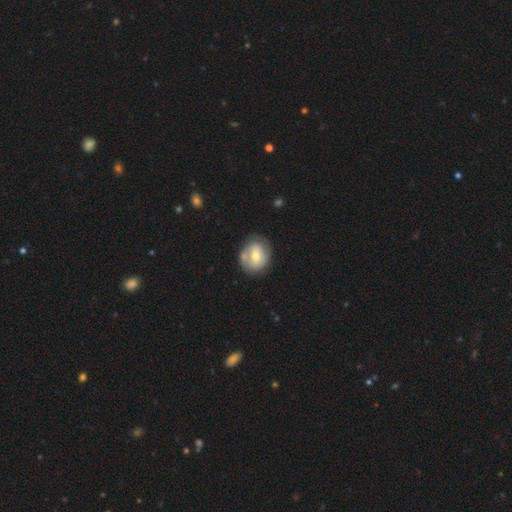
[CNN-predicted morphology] featured or disk 47%, smooth 46%, star or artifact 7%. Down the decision tree: merging — none (62%).